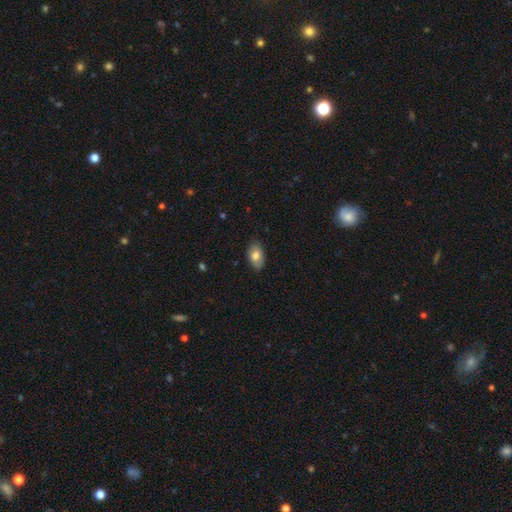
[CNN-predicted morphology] A smooth galaxy with no disk features (74%) that is in between round and cigar-shaped (91%).

Vote fractions:
- Smooth or featured? smooth: 74% / featured or disk: 19% / star or artifact: 7%
- How rounded? in between: 91% / round: 7% / cigar-shaped: 1%
- Merging? none: 80% / minor disturbance: 16% / major disturbance: 3% / merger: 1%